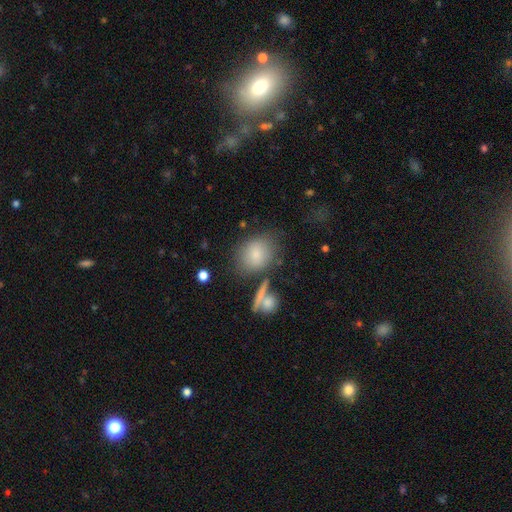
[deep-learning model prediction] Q: Smooth or featured?
A: smooth (78%); runner-up: featured or disk (11%)
Q: How rounded?
A: in between (52%); runner-up: round (46%)
Q: Merging?
A: none (65%); runner-up: minor disturbance (17%)